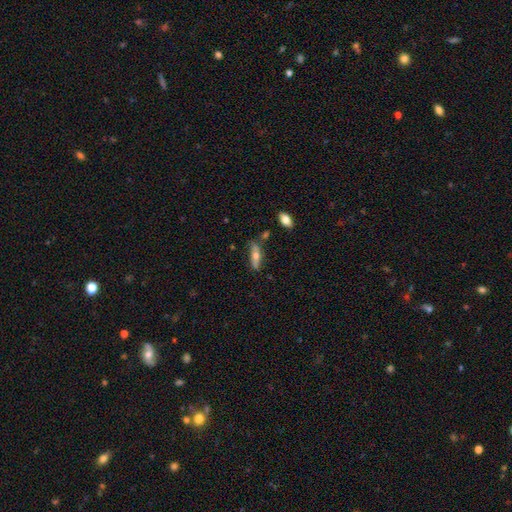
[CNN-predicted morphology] smooth_or_featured: smooth (p=0.55) [alt: featured or disk p=0.38]
how_rounded: cigar-shaped (p=0.51) [alt: in between p=0.47]
merging: none (p=0.65) [alt: minor disturbance p=0.23]